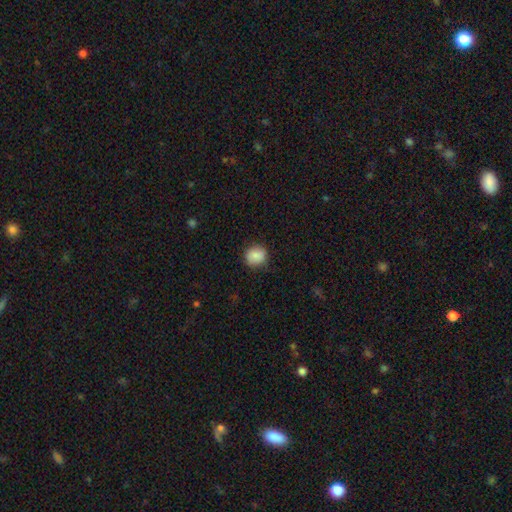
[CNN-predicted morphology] Smooth or featured?
  - smooth: 86% *
  - star or artifact: 8%
  - featured or disk: 6%
How rounded?
  - round: 80% *
  - in between: 19%
  - cigar-shaped: 1%
Merging?
  - none: 86% *
  - minor disturbance: 11%
  - major disturbance: 3%
  - merger: 1%